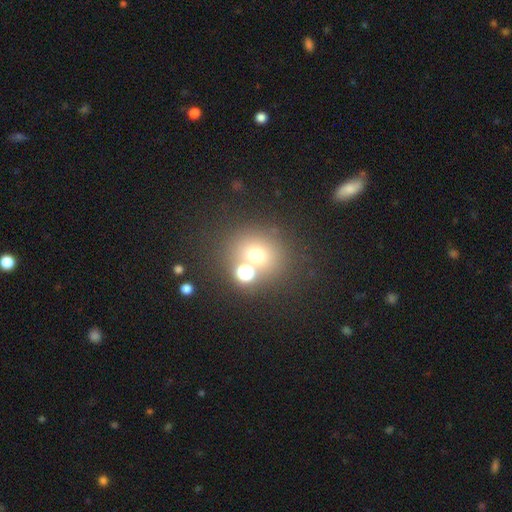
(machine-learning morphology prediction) smooth-or-featured: smooth: 64% | star or artifact: 23% | featured or disk: 13%
  how-rounded: round: 82% | in between: 17% | cigar-shaped: 1%
  merging: none: 61% | merger: 25% | minor disturbance: 9% | major disturbance: 5%